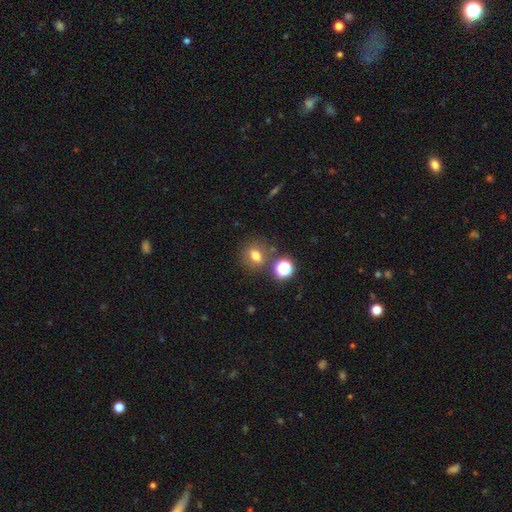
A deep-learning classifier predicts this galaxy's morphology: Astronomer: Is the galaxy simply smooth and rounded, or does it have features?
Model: smooth — 72%.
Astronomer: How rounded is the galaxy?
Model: round — 55% (runner-up: in between, 43%).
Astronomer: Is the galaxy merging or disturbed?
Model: none — 72%.